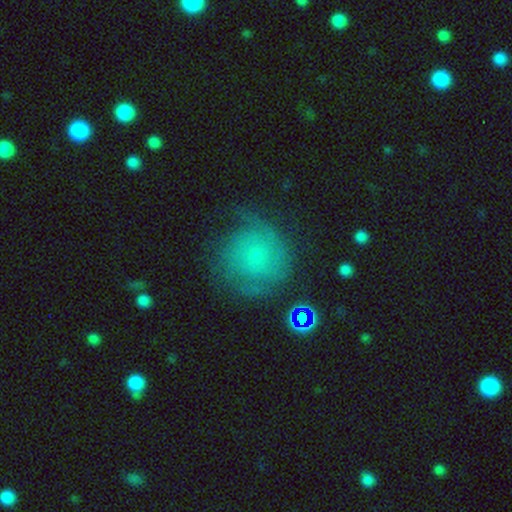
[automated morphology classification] The model was most divided on "smooth or featured": smooth: 46%, featured or disk: 41%, star or artifact: 13%. More confident: merging — none (58%).